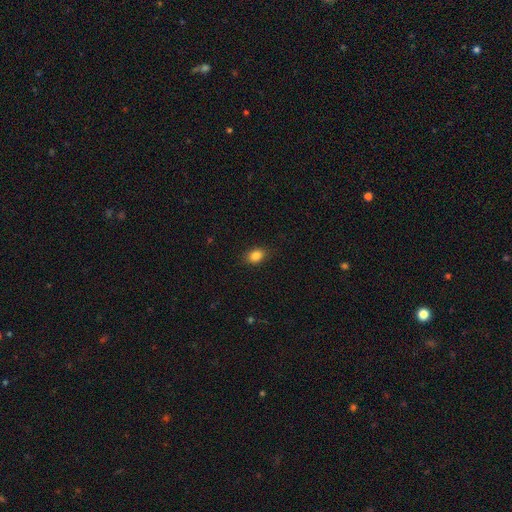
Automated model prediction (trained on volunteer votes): The model was most divided on "how rounded": in between: 73%, round: 26%, cigar-shaped: 1%. More confident: smooth or featured — smooth (86%); merging — none (85%).